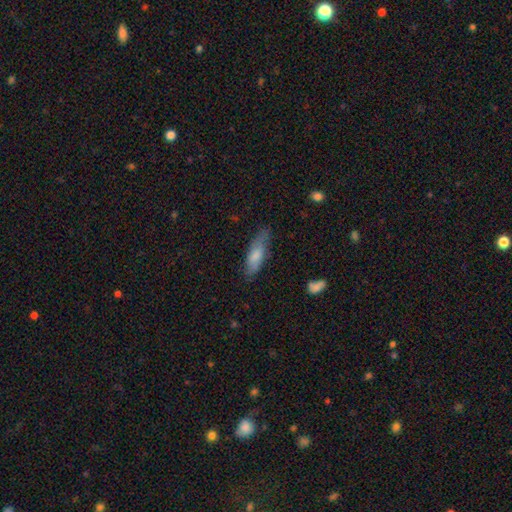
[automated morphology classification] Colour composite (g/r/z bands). It shows a smooth galaxy with no disk features (70%) that is in between round and cigar-shaped (51%). Merging: none (69%).